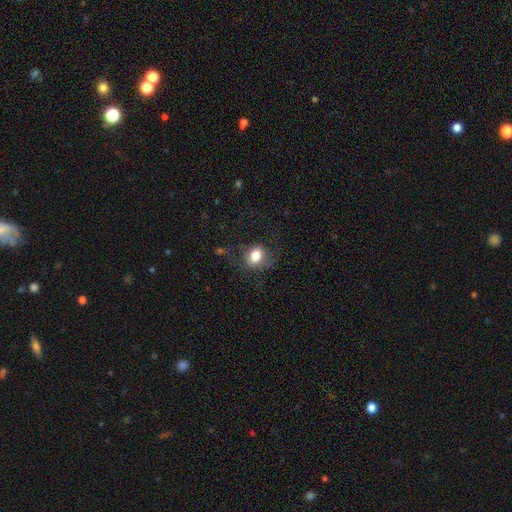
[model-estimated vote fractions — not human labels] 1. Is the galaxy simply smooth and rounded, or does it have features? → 79% smooth, 11% star or artifact, 10% featured or disk.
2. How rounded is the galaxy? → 55% round, 44% in between, 1% cigar-shaped.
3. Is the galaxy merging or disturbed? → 73% none, 18% minor disturbance, 8% major disturbance, 1% merger.